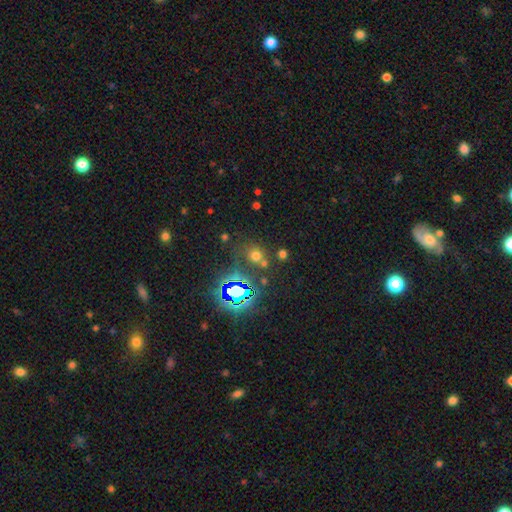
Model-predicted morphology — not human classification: A smooth galaxy with no disk features (55%) that is round (80%).

Vote fractions:
- Smooth or featured? smooth: 55% / star or artifact: 37% / featured or disk: 8%
- How rounded? round: 80% / in between: 18% / cigar-shaped: 1%
- Merging? none: 68% / merger: 16% / minor disturbance: 11% / major disturbance: 5%